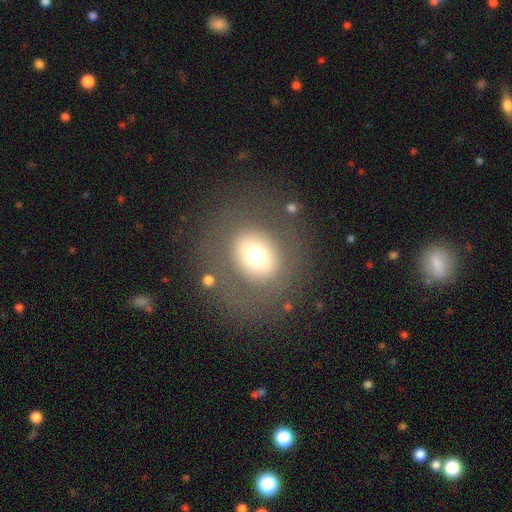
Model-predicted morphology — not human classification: smooth 66%, featured or disk 19%, star or artifact 14%. Down the decision tree: how rounded — round (68%); merging — none (75%).